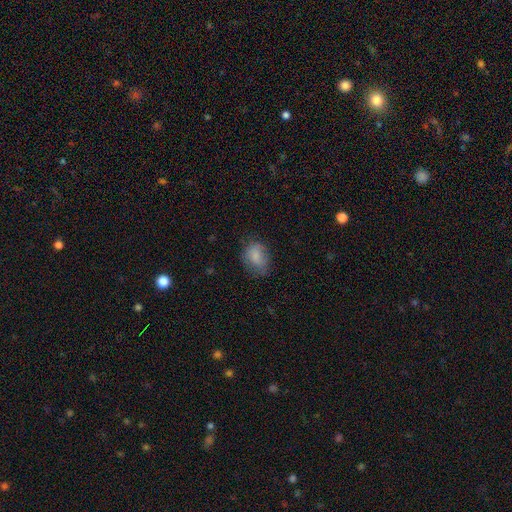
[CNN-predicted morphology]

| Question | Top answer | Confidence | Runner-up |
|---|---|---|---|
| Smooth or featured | smooth | 79% | featured or disk (13%) |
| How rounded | in between | 63% | round (36%) |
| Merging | none | 59% | minor disturbance (28%) |